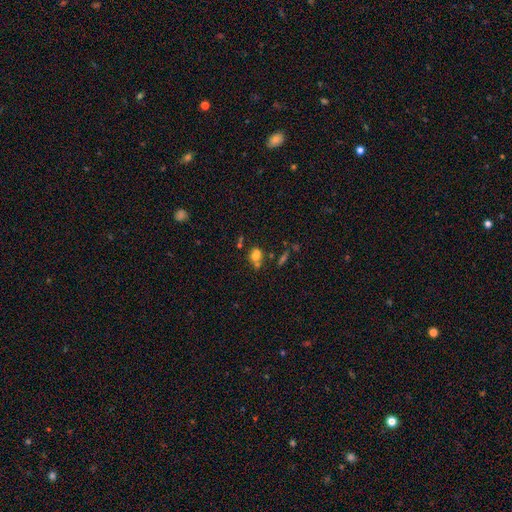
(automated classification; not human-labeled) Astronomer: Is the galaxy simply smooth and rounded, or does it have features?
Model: smooth — 68%.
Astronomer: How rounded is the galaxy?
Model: round — 54% (runner-up: in between, 44%).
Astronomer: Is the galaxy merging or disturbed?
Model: none — 40% (runner-up: merger, 37%).